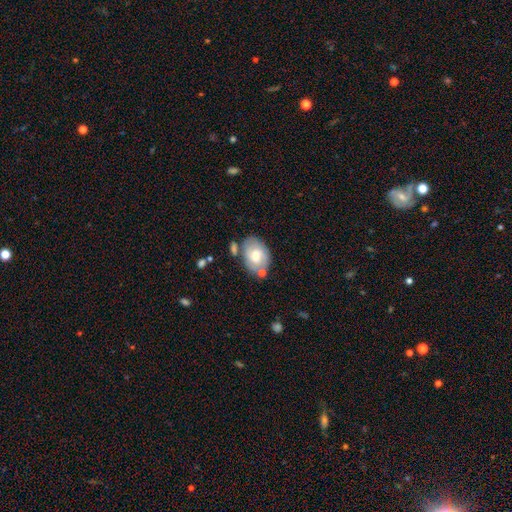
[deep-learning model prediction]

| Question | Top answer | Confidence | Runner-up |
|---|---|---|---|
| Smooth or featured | featured or disk | 47% | smooth (46%) |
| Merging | none | 63% | minor disturbance (20%) |